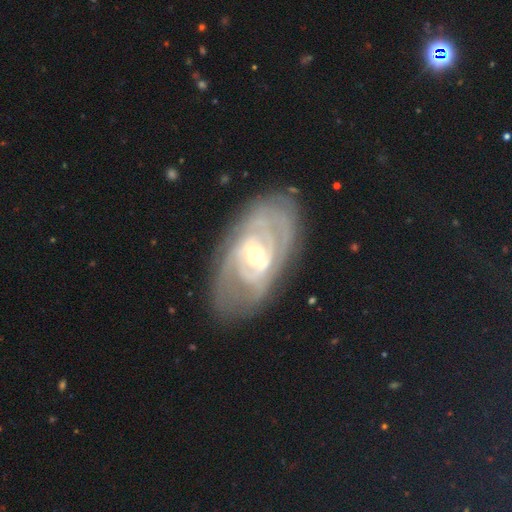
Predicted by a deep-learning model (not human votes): This is clearly a featured or disk galaxy (86%). It is clearly not viewed edge-on (93%). Bar: marginally weak (42%). Spiral arm pattern: clearly yes (89%). Spiral arm count: marginally can't tell (39%). Spiral winding: likely tight (71%). Central bulge: likely moderate (62%). Merging: likely none (79%).